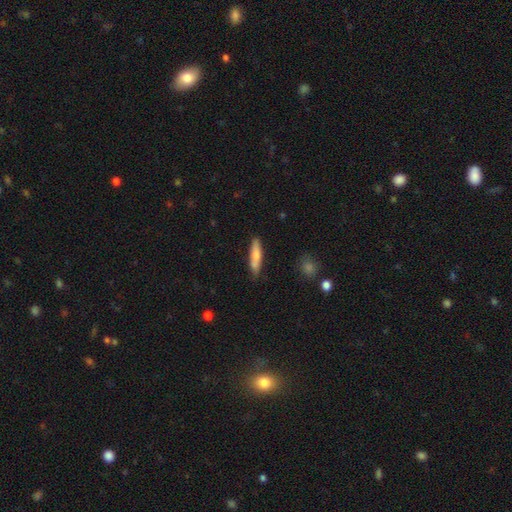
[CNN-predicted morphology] smooth_or_featured: smooth (p=0.76) [alt: featured or disk p=0.18]
how_rounded: cigar-shaped (p=0.80) [alt: in between p=0.18]
merging: none (p=0.79) [alt: minor disturbance p=0.15]